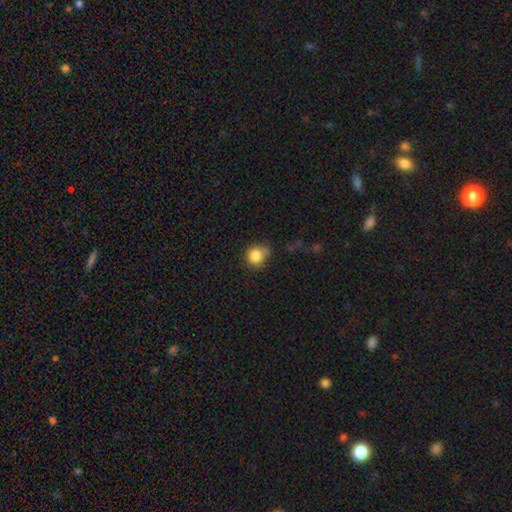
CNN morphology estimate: Q: Smooth or featured?
A: smooth (84%); runner-up: star or artifact (10%)
Q: How rounded?
A: round (80%); runner-up: in between (19%)
Q: Merging?
A: none (57%); runner-up: minor disturbance (28%)